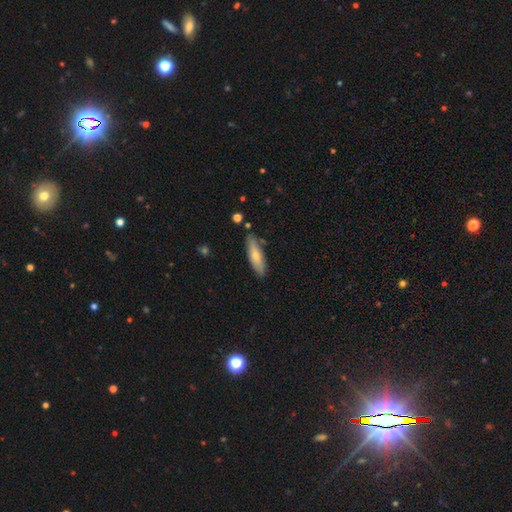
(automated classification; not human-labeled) This appears to be a smooth galaxy with no disk features (70%) that is cigar-shaped (59%). Merging: none (80%).